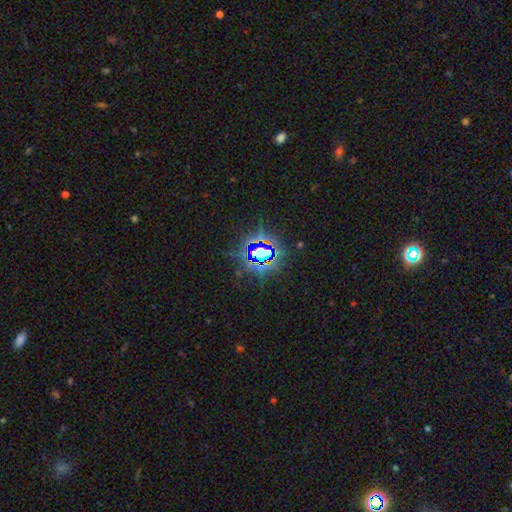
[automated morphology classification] Q: Smooth or featured?
A: star or artifact (80%); runner-up: smooth (12%)